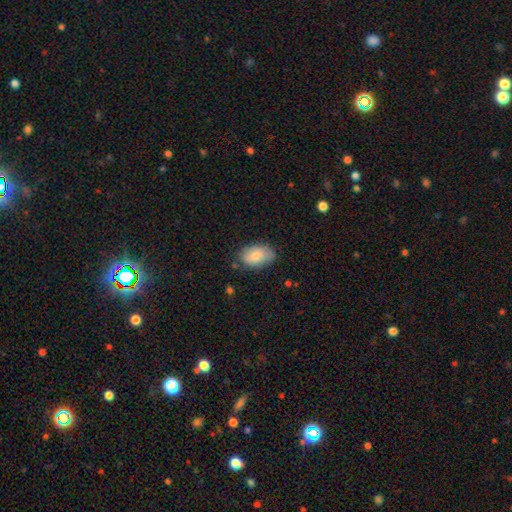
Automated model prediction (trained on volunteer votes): Morphology: type=smooth (80%); roundness=in between (90%); merging=none (74%).